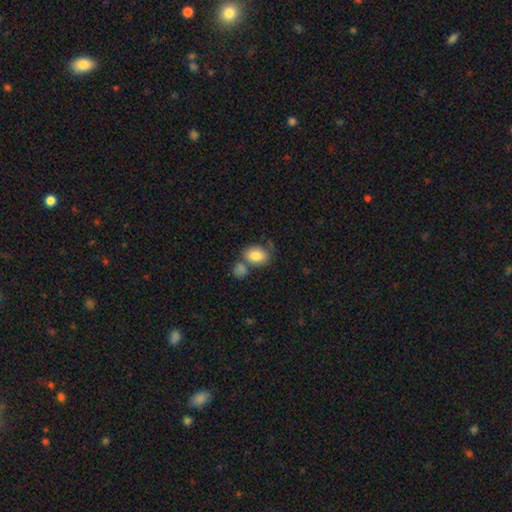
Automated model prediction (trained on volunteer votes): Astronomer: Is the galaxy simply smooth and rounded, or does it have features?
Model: smooth — 82%.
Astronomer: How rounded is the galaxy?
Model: in between — 74%.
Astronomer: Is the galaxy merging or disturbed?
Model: none — 50% (runner-up: merger, 28%).